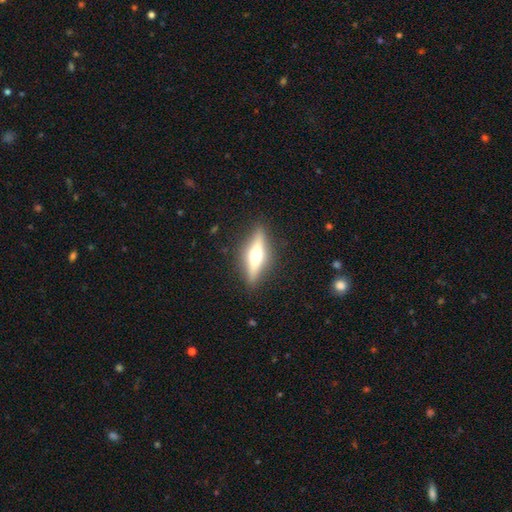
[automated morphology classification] Smooth or featured? Predicted: featured or disk (p=0.59). Edge-on disk? Predicted: yes (p=0.92). Edge-on bulge? Predicted: rounded (p=0.92). Merging? Predicted: none (p=0.87).